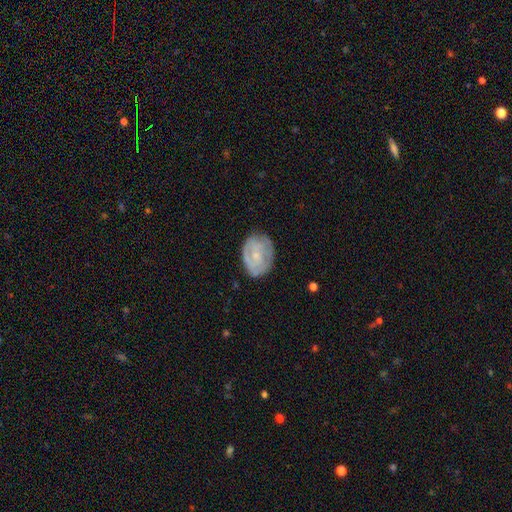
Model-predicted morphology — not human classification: Overall: featured or disk (58%; smooth 35%). Edge-on disk: no (97%). Bar: no (63%; weak 30%). Spiral arms: yes (69%; no 31%). Bulge size: small (61%; moderate 25%). Merging: none (72%).